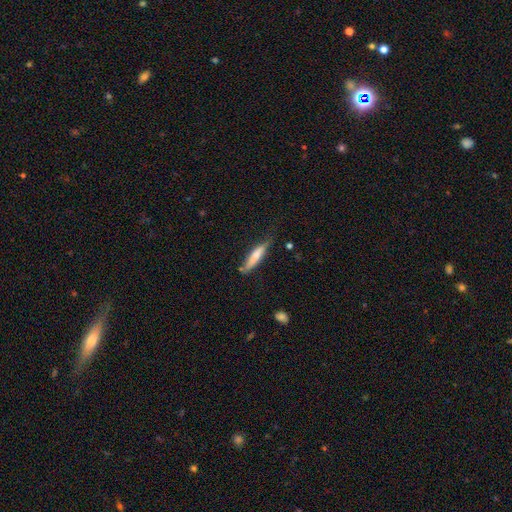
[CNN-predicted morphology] This is likely a smooth galaxy (67%). How rounded: clearly cigar-shaped (83%). Merging: likely none (69%).